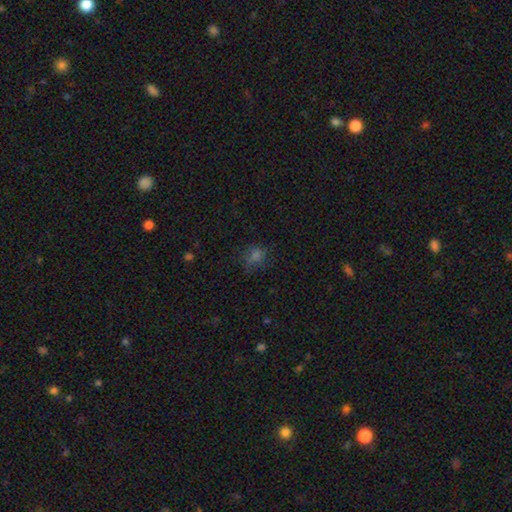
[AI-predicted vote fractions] The model was most divided on "how rounded": round: 63%, in between: 35%, cigar-shaped: 2%. More confident: merging — none (67%); smooth or featured — smooth (60%).